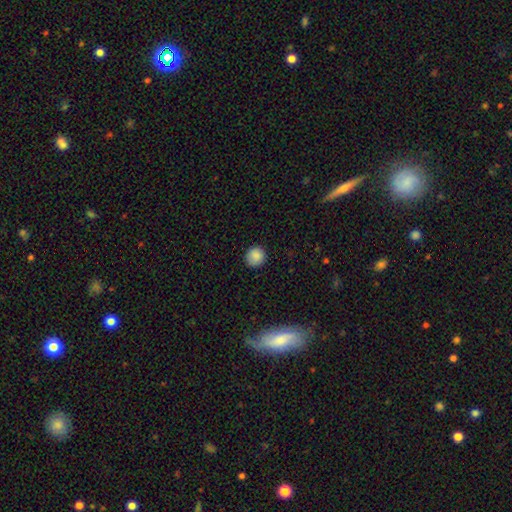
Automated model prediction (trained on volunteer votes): This appears to be a smooth galaxy with no disk features (87%) that is round (92%). Merging: none (89%).